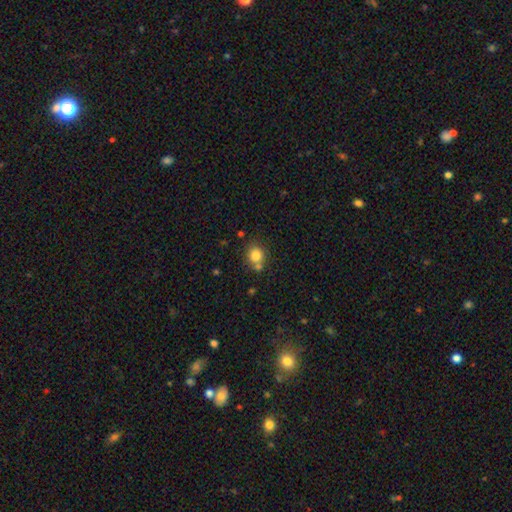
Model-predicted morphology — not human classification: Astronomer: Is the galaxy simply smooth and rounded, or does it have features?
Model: smooth — 82%.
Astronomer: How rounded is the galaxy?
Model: round — 83%.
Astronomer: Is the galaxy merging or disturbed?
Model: none — 63%.